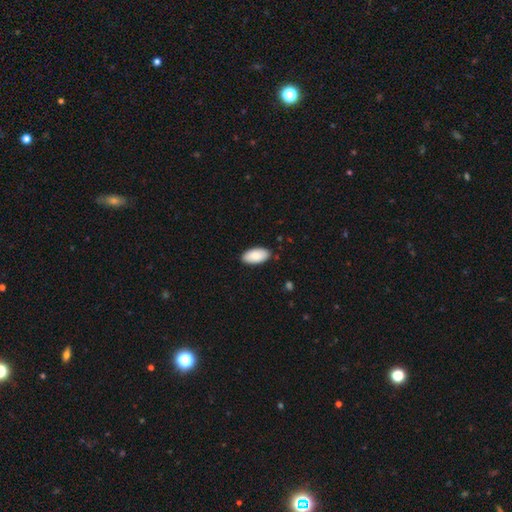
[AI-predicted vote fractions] Smooth or featured: smooth — 86% (featured or disk — 8%)
How rounded: in between — 95% (cigar-shaped — 3%)
Merging: none — 88% (minor disturbance — 9%)